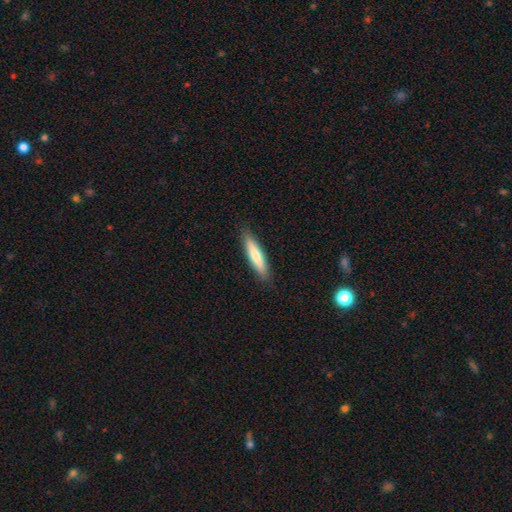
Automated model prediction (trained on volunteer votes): The model was most divided on "smooth or featured": smooth: 74%, featured or disk: 21%, star or artifact: 5%. More confident: merging — none (88%); how rounded — cigar-shaped (86%).